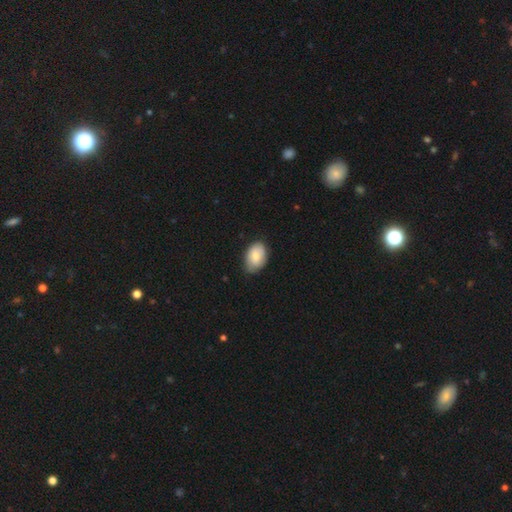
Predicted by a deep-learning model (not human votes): Overall: smooth (78%). How rounded: in between (88%). Merging: none (72%).